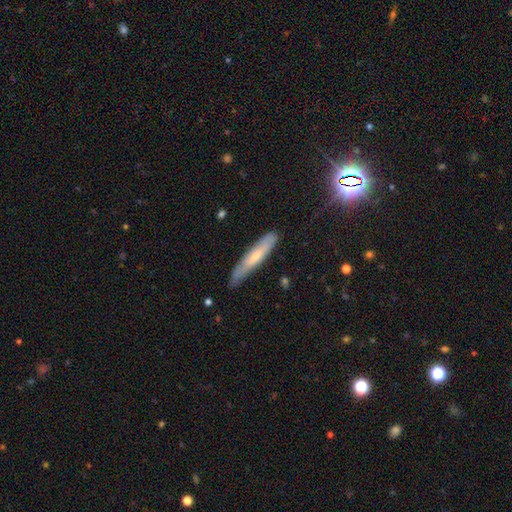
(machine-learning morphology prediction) smooth_or_featured: smooth (p=0.56) [alt: featured or disk p=0.37]
how_rounded: cigar-shaped (p=0.90) [alt: in between p=0.09]
merging: none (p=0.73) [alt: minor disturbance p=0.21]